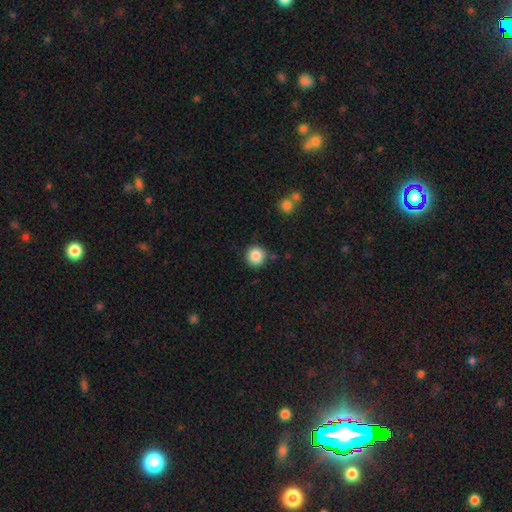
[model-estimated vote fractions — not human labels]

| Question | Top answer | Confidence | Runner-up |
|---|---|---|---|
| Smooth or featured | smooth | 86% | star or artifact (10%) |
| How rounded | round | 94% | in between (5%) |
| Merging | none | 86% | minor disturbance (8%) |